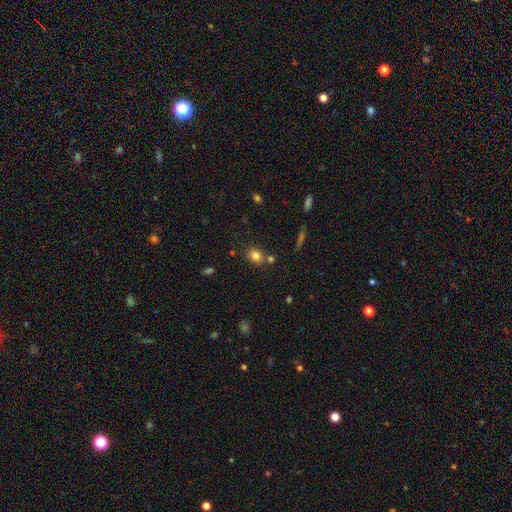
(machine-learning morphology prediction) A smooth galaxy with no disk features (81%) that is in between round and cigar-shaped (52%).

Vote fractions:
- Smooth or featured? smooth: 81% / star or artifact: 12% / featured or disk: 8%
- How rounded? in between: 52% / round: 46% / cigar-shaped: 1%
- Merging? none: 73% / merger: 13% / minor disturbance: 11% / major disturbance: 3%